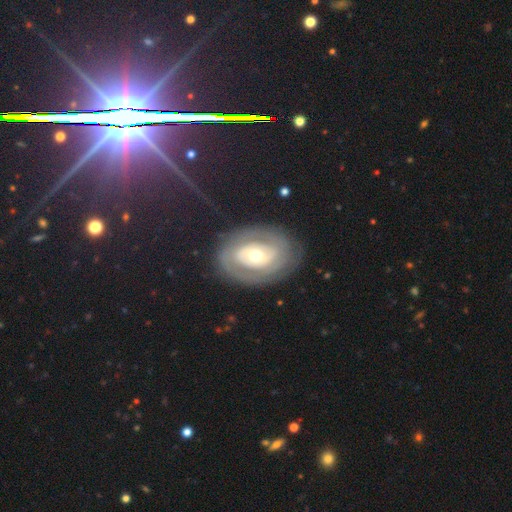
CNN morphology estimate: Smooth or featured? Predicted: featured or disk (p=0.75). Edge-on disk? Predicted: no (p=0.95). Bar? Predicted: no (p=0.71). Spiral arms? Predicted: yes (p=0.61). Bulge size? Predicted: moderate (p=0.68). Merging? Predicted: none (p=0.78).